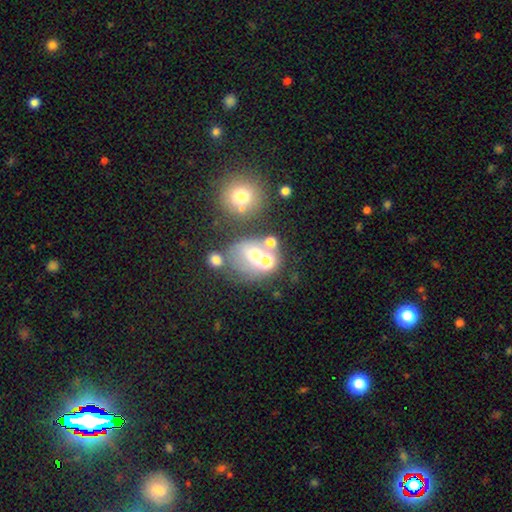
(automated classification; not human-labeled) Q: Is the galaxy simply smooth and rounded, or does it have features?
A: smooth — 48%.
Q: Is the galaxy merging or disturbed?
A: merger — 39%.